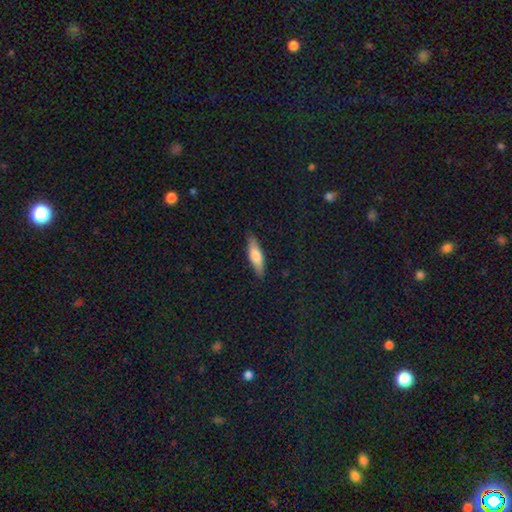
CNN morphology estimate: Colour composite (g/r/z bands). It shows a smooth galaxy with no disk features (69%) that is cigar-shaped (61%). Merging: none (85%).